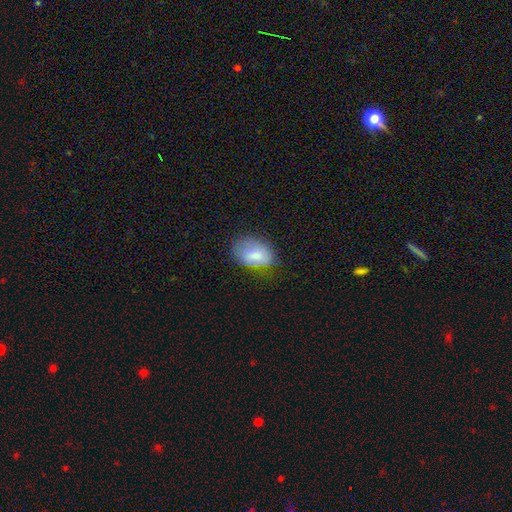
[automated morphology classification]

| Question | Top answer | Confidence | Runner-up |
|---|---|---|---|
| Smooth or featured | smooth | 78% | featured or disk (15%) |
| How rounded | in between | 87% | round (12%) |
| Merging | none | 59% | minor disturbance (30%) |